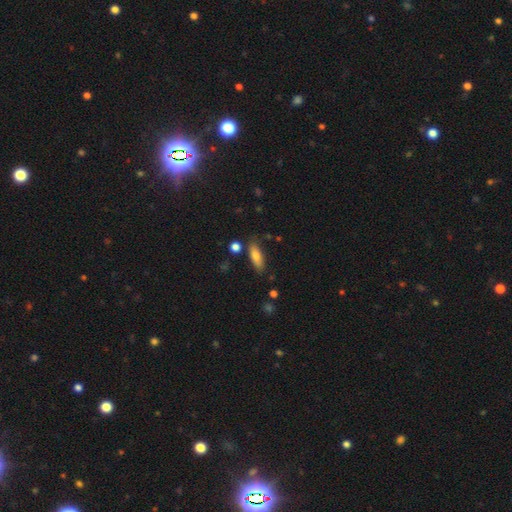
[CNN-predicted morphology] This is likely a smooth galaxy (77%). How rounded: possibly in between (59%). Merging: likely none (79%).